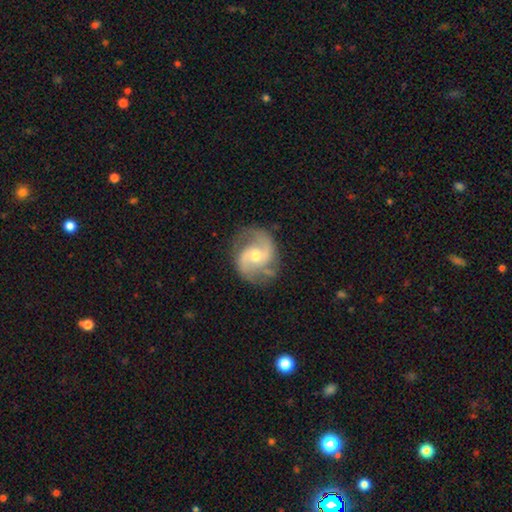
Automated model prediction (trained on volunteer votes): Morphology: type=featured or disk (88%); edge-on=no (98%); bar=no (58%); spiral arms=yes (97%); winding=medium (56%); arm count=2 (87%); bulge=moderate (58%); merging=none (75%).